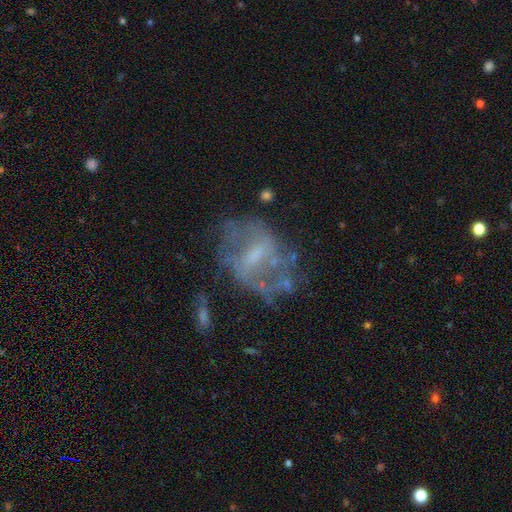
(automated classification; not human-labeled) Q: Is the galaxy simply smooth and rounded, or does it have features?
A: featured or disk — 73%.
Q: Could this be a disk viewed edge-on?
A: no — 96%.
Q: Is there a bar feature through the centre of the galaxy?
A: weak — 52%.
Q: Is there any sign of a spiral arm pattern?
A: yes — 58%.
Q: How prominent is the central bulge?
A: small — 41%.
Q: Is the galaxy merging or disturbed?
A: none — 51%.